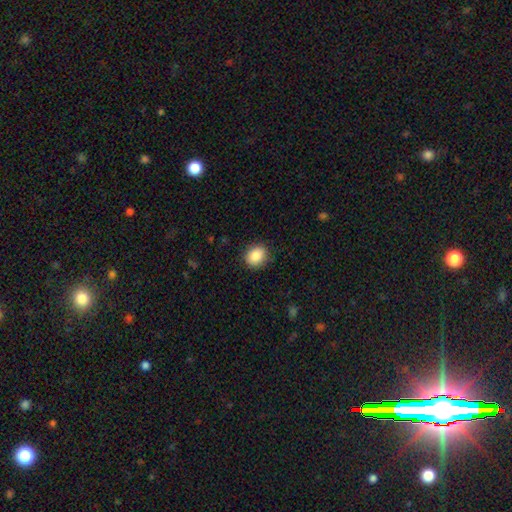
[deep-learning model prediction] Smooth or featured?
  - smooth: 87% *
  - star or artifact: 8%
  - featured or disk: 5%
How rounded?
  - round: 59% *
  - in between: 40%
  - cigar-shaped: 1%
Merging?
  - none: 88% *
  - minor disturbance: 9%
  - major disturbance: 2%
  - merger: 1%